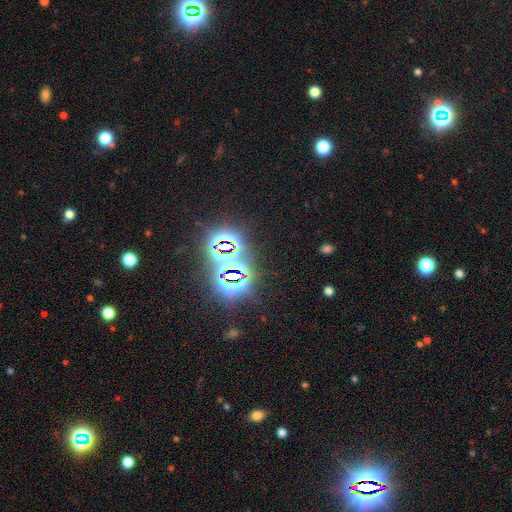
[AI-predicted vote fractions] Smooth or featured? star or artifact (67%)